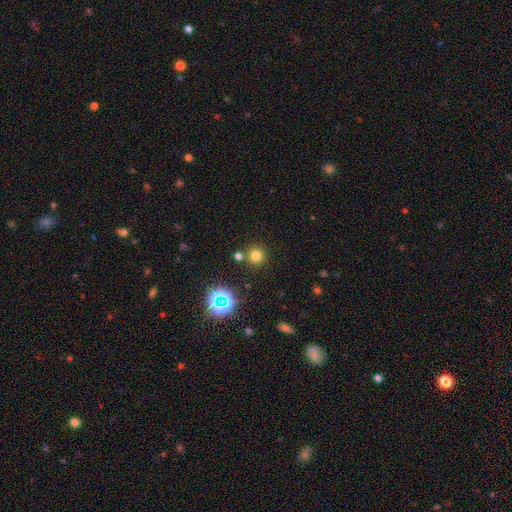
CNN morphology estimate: A smooth galaxy with no disk features (73%) that is round (93%).

Vote fractions:
- Smooth or featured? smooth: 73% / star or artifact: 21% / featured or disk: 7%
- How rounded? round: 93% / in between: 6% / cigar-shaped: 1%
- Merging? none: 80% / merger: 10% / minor disturbance: 7% / major disturbance: 3%